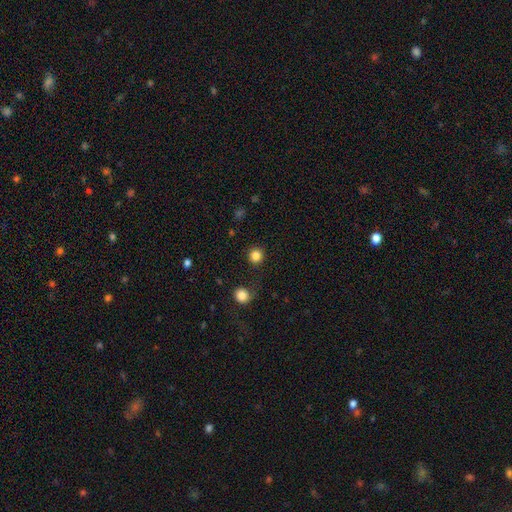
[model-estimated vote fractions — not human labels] smooth_or_featured: smooth (p=0.84) [alt: star or artifact p=0.12]
how_rounded: round (p=0.93) [alt: in between p=0.06]
merging: none (p=0.87) [alt: minor disturbance p=0.07]